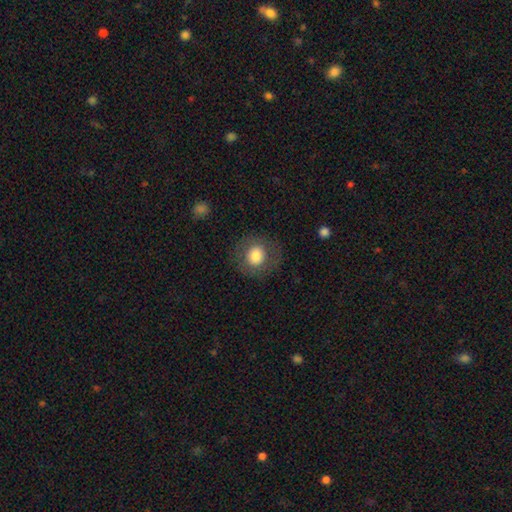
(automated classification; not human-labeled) A smooth galaxy with no disk features (76%) that is round (85%).

Vote fractions:
- Smooth or featured? smooth: 76% / featured or disk: 16% / star or artifact: 9%
- How rounded? round: 85% / in between: 14% / cigar-shaped: 1%
- Merging? none: 84% / minor disturbance: 10% / major disturbance: 6% / merger: 1%